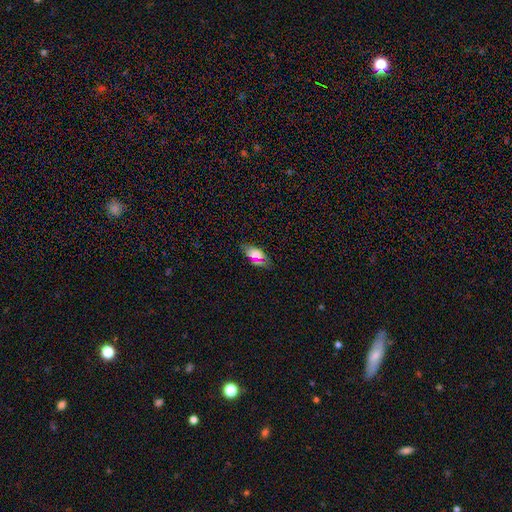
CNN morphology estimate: Smooth or featured? Predicted: smooth (p=0.72). How rounded? Predicted: in between (p=0.85). Merging? Predicted: none (p=0.83).